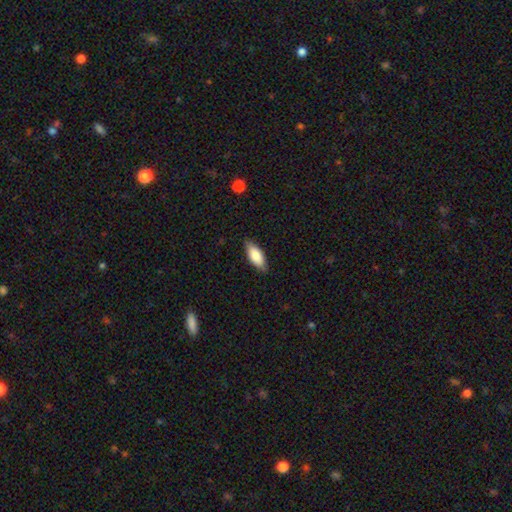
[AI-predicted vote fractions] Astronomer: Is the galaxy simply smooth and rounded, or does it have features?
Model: smooth — 83%.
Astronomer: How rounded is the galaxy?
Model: in between — 81%.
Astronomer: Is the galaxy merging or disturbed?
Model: none — 84%.